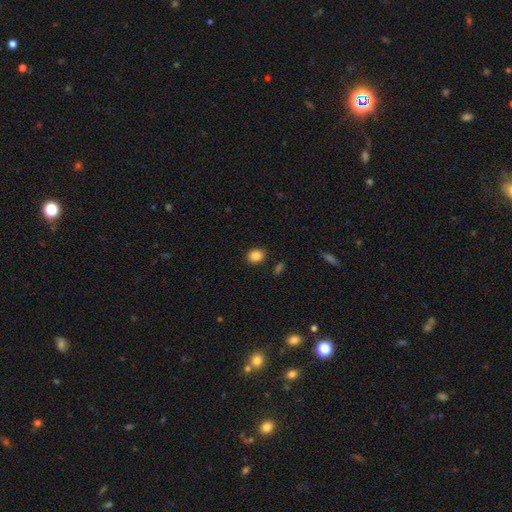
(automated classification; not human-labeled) This appears to be a smooth galaxy with no disk features (86%) that is round (53%). Merging: none (87%).